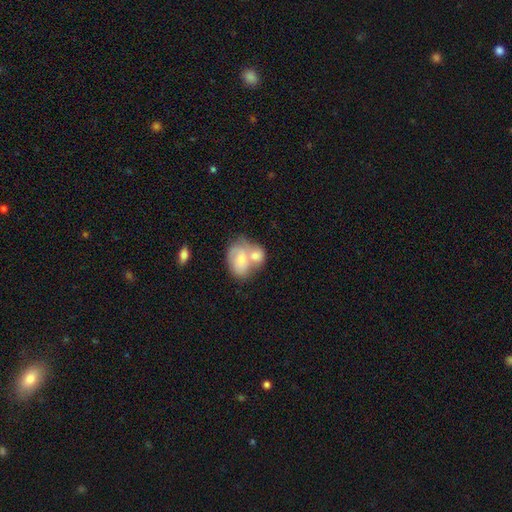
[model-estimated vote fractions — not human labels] Smooth or featured? smooth (65%)
How rounded? in between (60%)
Merging? merger (71%)